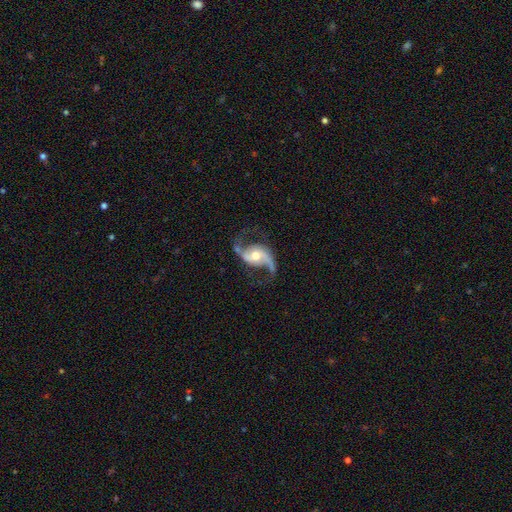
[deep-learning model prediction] Morphology: type=featured or disk (91%); edge-on=no (97%); bar=no (46%); spiral arms=yes (97%); winding=loose (68%); arm count=2 (93%); bulge=moderate (70%); merging=none (72%).